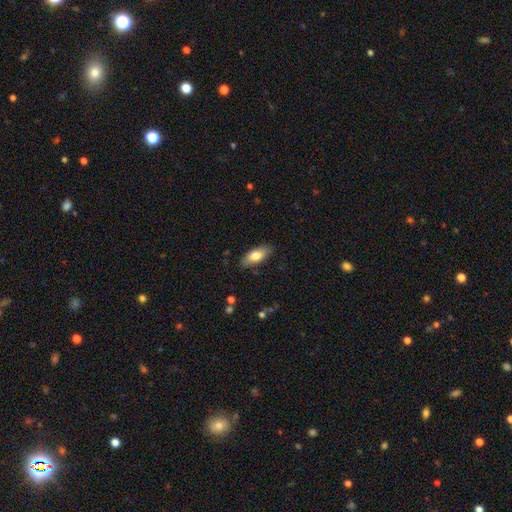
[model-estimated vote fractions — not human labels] Smooth or featured? smooth (74%)
How rounded? in between (83%)
Merging? none (84%)